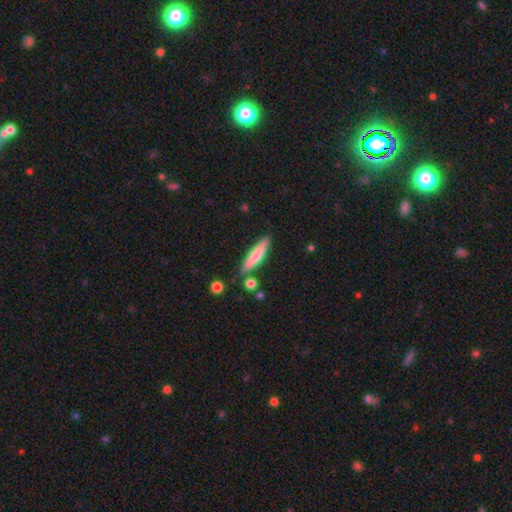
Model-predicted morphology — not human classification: smooth-or-featured: smooth: 69% | featured or disk: 25% | star or artifact: 6%
  how-rounded: cigar-shaped: 83% | in between: 15% | round: 2%
  merging: none: 82% | minor disturbance: 11% | merger: 5% | major disturbance: 2%